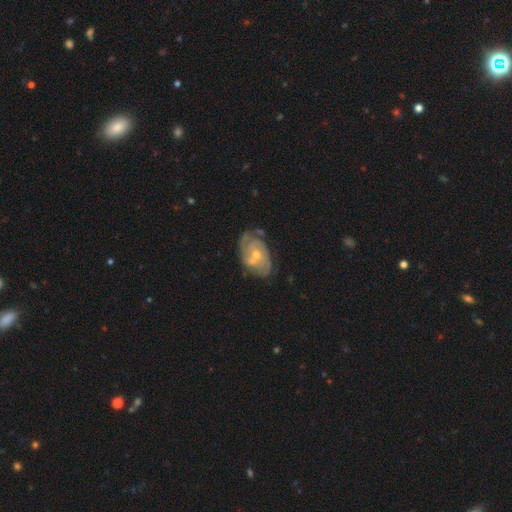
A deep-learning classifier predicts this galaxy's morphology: Smooth or featured: featured or disk — 81% (smooth — 14%)
Edge-on disk: no — 97% (yes — 3%)
Bar: no — 67% (weak — 28%)
Spiral arms: yes — 91% (no — 9%)
Spiral winding: tight — 59% (medium — 31%)
Spiral arm count: 2 — 41% (can't tell — 29%)
Bulge size: small — 51% (moderate — 45%)
Merging: none — 54% (minor disturbance — 22%)